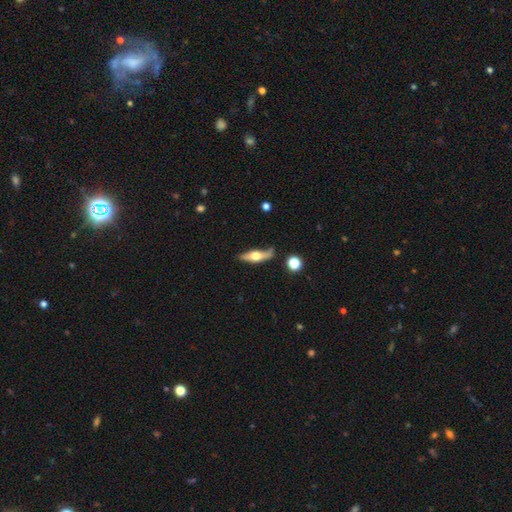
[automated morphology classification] Q: Smooth or featured?
A: featured or disk (54%); runner-up: smooth (40%)
Q: Edge-on disk?
A: yes (87%); runner-up: no (13%)
Q: Merging?
A: none (68%); runner-up: minor disturbance (21%)